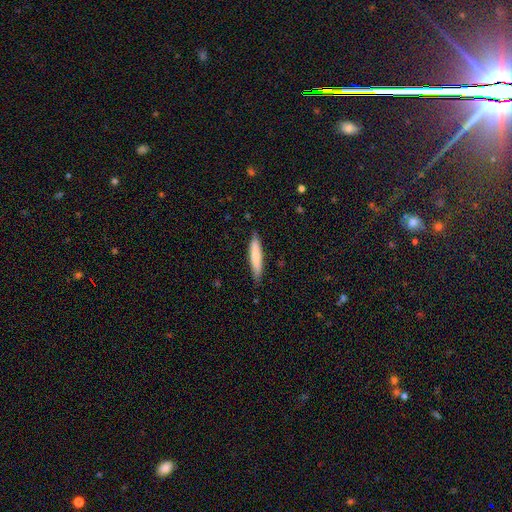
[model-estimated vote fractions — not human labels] smooth-or-featured: smooth: 77% | featured or disk: 18% | star or artifact: 6%
  how-rounded: cigar-shaped: 88% | in between: 11% | round: 1%
  merging: none: 83% | minor disturbance: 14% | major disturbance: 2% | merger: 1%